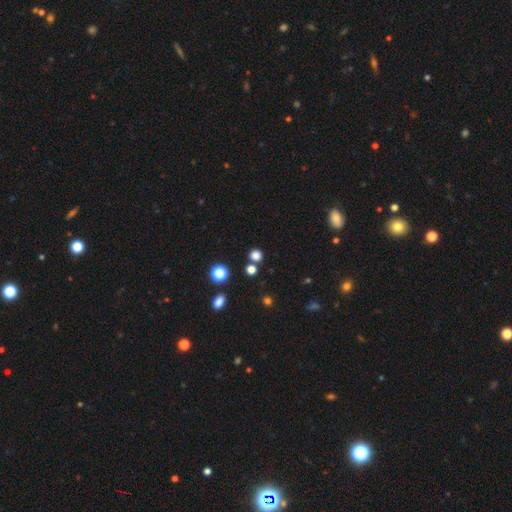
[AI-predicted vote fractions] The model was most divided on "smooth or featured": smooth: 77%, star or artifact: 19%, featured or disk: 4%. More confident: how rounded — round (87%); merging — none (78%).